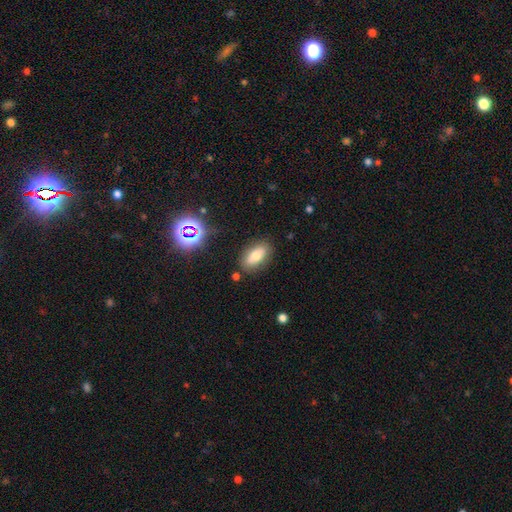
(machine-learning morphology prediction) The model was most divided on "smooth or featured": smooth: 73%, featured or disk: 17%, star or artifact: 10%. More confident: how rounded — in between (87%); merging — none (82%).